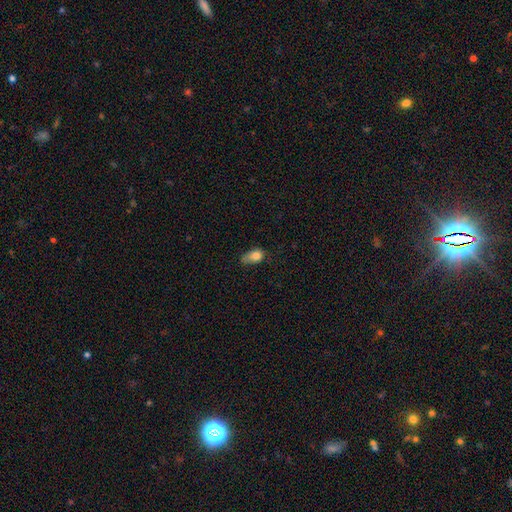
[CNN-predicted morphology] Smooth or featured? smooth (80%)
How rounded? in between (75%)
Merging? minor disturbance (42%)